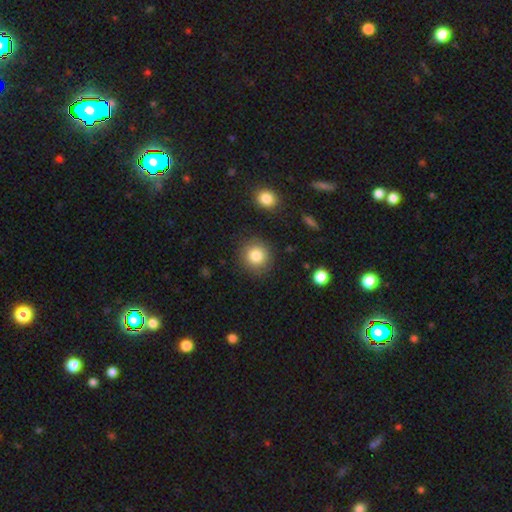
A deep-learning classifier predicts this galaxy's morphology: Smooth or featured: smooth — 83% (star or artifact — 10%)
How rounded: round — 91% (in between — 8%)
Merging: none — 86% (minor disturbance — 8%)